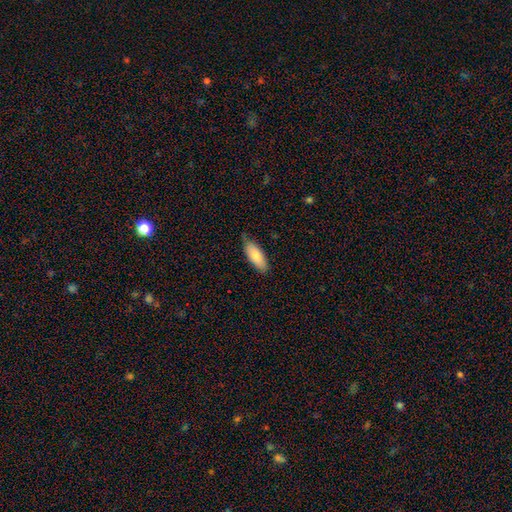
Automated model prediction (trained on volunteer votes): The model was most divided on "merging": none: 73%, minor disturbance: 22%, major disturbance: 3%, merger: 1%. More confident: smooth or featured — smooth (83%); how rounded — in between (79%).